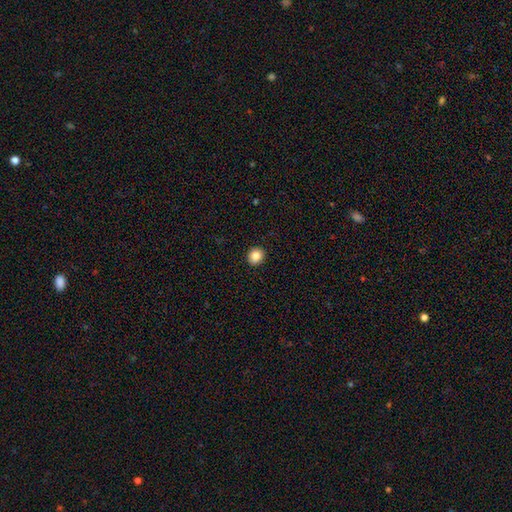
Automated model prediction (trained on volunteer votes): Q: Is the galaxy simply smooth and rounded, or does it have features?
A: smooth — 84%.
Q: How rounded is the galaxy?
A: round — 79%.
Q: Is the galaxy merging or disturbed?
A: none — 92%.